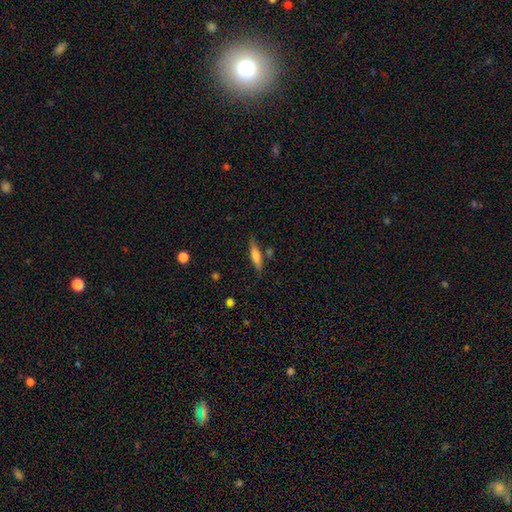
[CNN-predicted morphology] type=smooth (63%); roundness=cigar-shaped (79%); merging=none (77%).